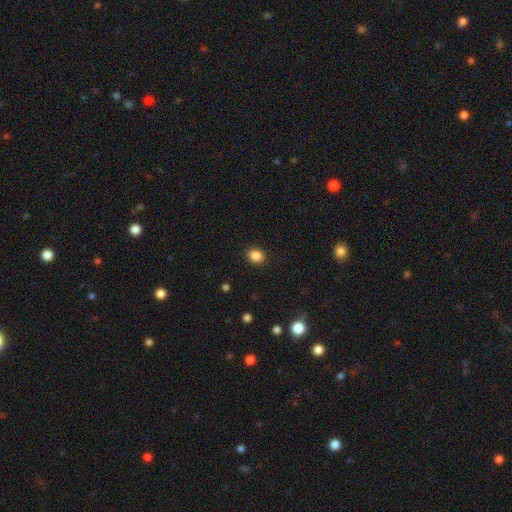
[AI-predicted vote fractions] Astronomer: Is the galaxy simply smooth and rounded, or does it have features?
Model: smooth — 87%.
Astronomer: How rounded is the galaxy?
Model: in between — 56% (runner-up: round, 43%).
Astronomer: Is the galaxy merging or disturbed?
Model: none — 89%.